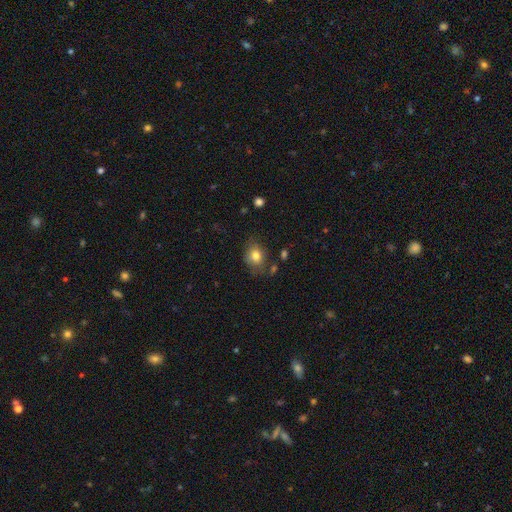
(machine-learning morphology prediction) Overall: smooth (79%). How rounded: in between (50%; round 49%). Merging: none (70%).